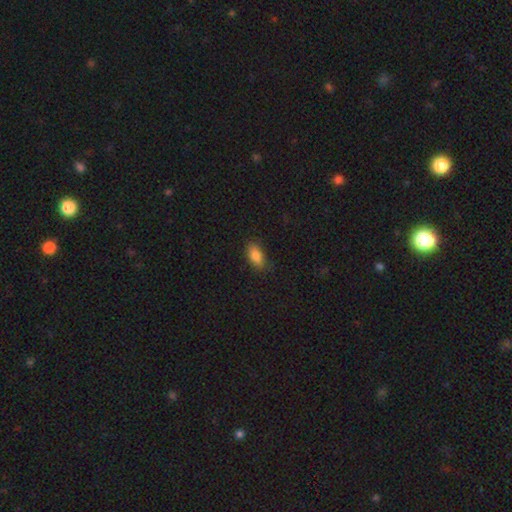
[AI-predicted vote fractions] Smooth or featured?
  - smooth: 83% *
  - star or artifact: 9%
  - featured or disk: 9%
How rounded?
  - in between: 87% *
  - cigar-shaped: 8%
  - round: 5%
Merging?
  - none: 81% *
  - minor disturbance: 15%
  - major disturbance: 3%
  - merger: 1%